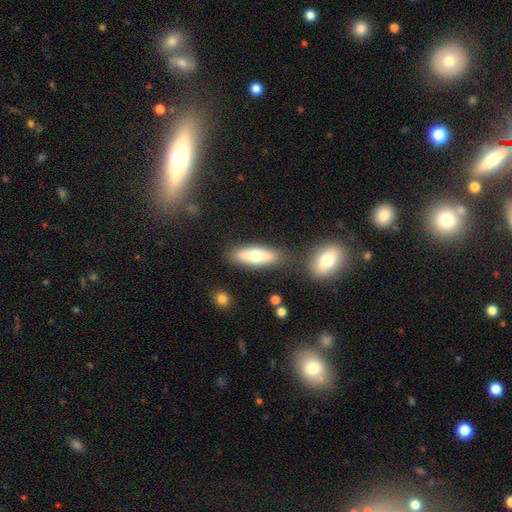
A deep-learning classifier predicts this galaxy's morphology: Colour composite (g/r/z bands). It shows a smooth galaxy with no disk features (66%) that is in between round and cigar-shaped (66%). Merging: none (80%).